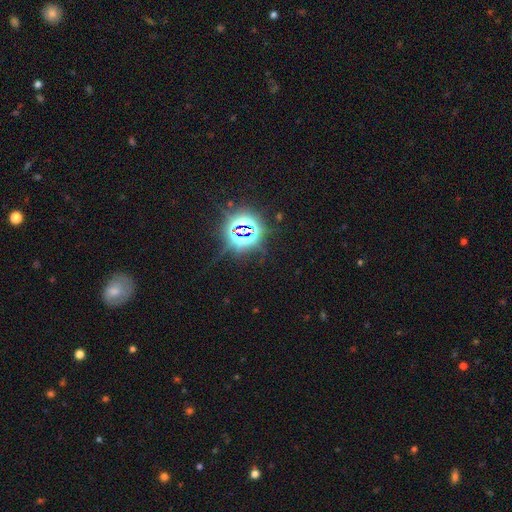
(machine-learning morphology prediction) This is clearly a star or artifact rather than a galaxy (82%).